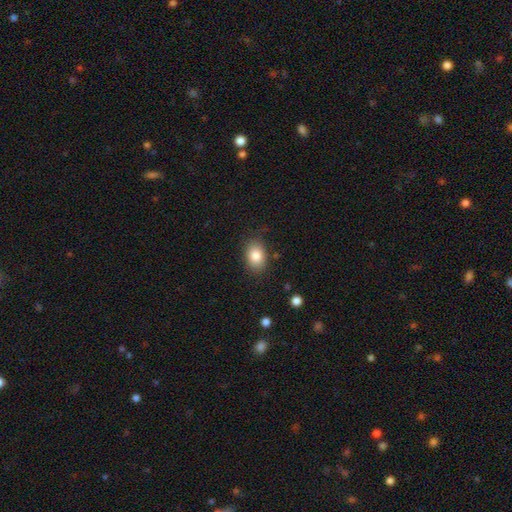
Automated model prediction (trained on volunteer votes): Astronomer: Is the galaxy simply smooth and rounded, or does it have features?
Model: smooth — 84%.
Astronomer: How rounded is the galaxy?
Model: in between — 75%.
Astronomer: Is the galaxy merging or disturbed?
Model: none — 81%.